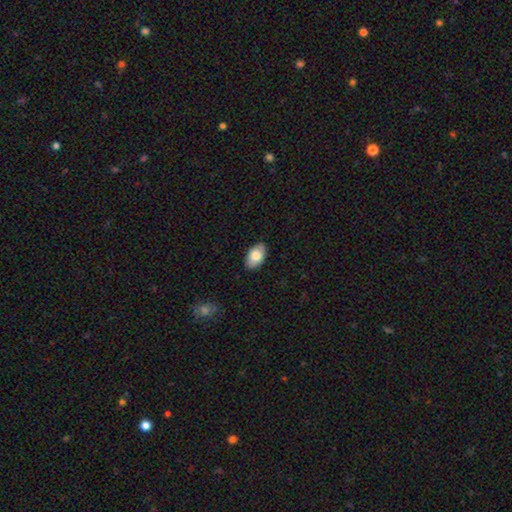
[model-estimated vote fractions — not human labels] Q: Smooth or featured?
A: smooth (81%); runner-up: featured or disk (13%)
Q: How rounded?
A: in between (94%); runner-up: round (5%)
Q: Merging?
A: none (88%); runner-up: minor disturbance (10%)